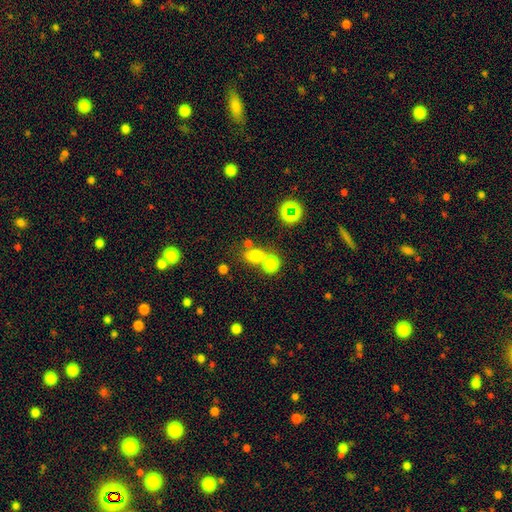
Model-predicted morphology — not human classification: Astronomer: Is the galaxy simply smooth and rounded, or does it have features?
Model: smooth — 71%.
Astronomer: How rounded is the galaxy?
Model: round — 58% (runner-up: in between, 41%).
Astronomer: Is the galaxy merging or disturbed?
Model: none — 48% (runner-up: merger, 39%).